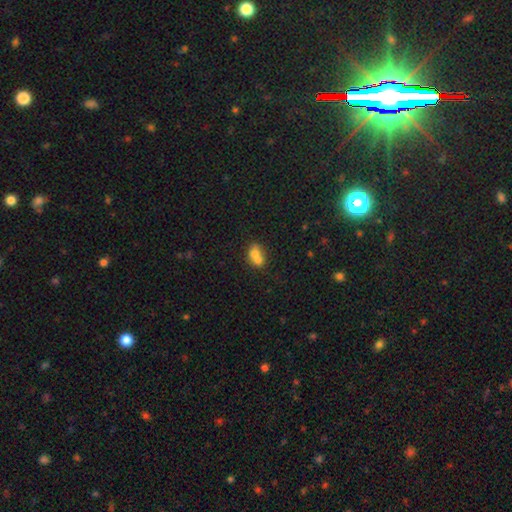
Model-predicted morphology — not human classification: smooth-or-featured: smooth: 67% | featured or disk: 22% | star or artifact: 11%
  how-rounded: round: 51% | in between: 47% | cigar-shaped: 2%
  merging: merger: 66% | none: 24% | minor disturbance: 7% | major disturbance: 3%